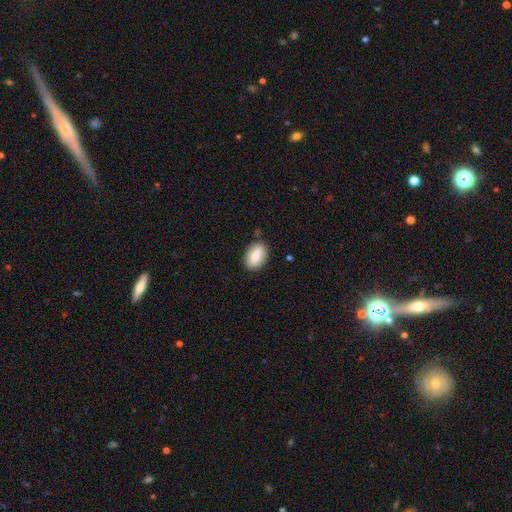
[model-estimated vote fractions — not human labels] smooth_or_featured: smooth (p=0.76) [alt: featured or disk p=0.17]
how_rounded: in between (p=0.85) [alt: round p=0.13]
merging: none (p=0.83) [alt: minor disturbance p=0.12]